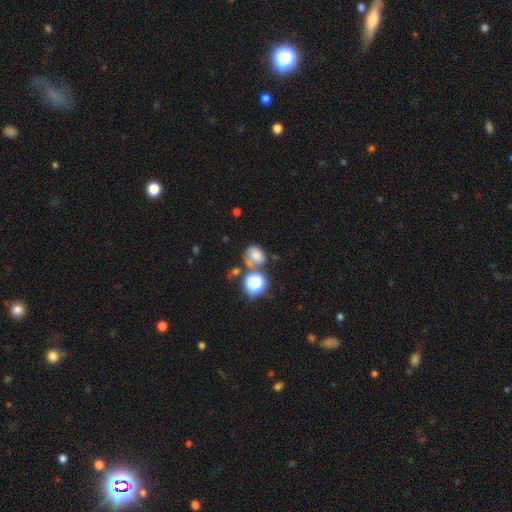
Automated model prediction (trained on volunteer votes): A smooth galaxy with no disk features (66%) that is round (59%). Merging: none (45%).